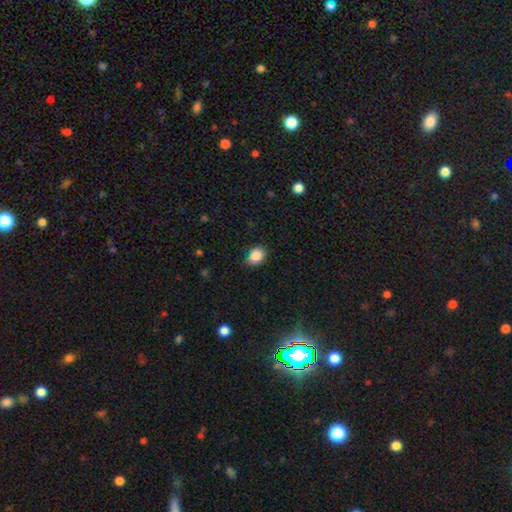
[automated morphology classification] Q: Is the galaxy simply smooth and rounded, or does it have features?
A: smooth — 86%.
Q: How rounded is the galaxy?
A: in between — 59%.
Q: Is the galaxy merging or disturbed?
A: none — 74%.